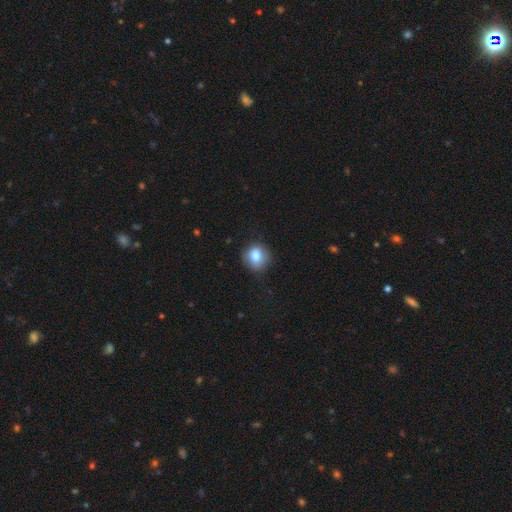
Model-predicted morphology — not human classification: smooth_or_featured: smooth (p=0.82) [alt: star or artifact p=0.10]
how_rounded: round (p=0.82) [alt: in between p=0.17]
merging: none (p=0.79) [alt: minor disturbance p=0.16]